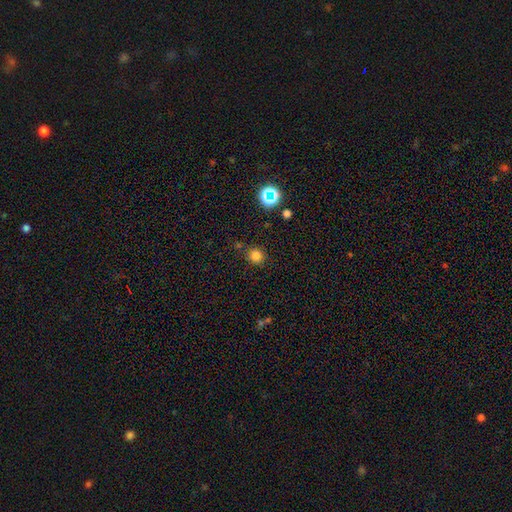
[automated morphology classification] smooth-or-featured: smooth: 79% | star or artifact: 16% | featured or disk: 5%
  how-rounded: round: 90% | in between: 9% | cigar-shaped: 1%
  merging: none: 84% | minor disturbance: 9% | merger: 4% | major disturbance: 3%